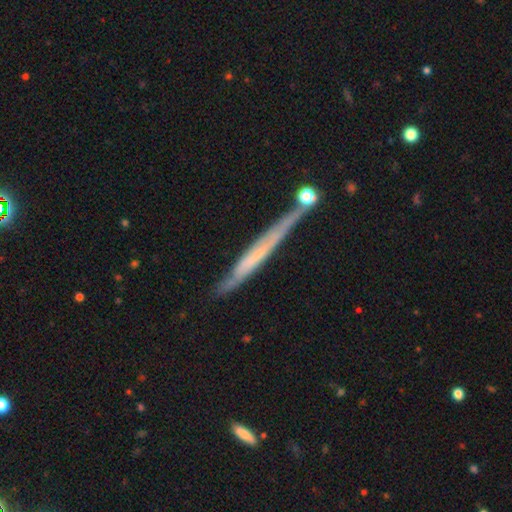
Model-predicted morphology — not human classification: This appears to be a featured or disk galaxy (60%) viewed edge-on (91%) with no central bulge (81%). Merging: none (69%).